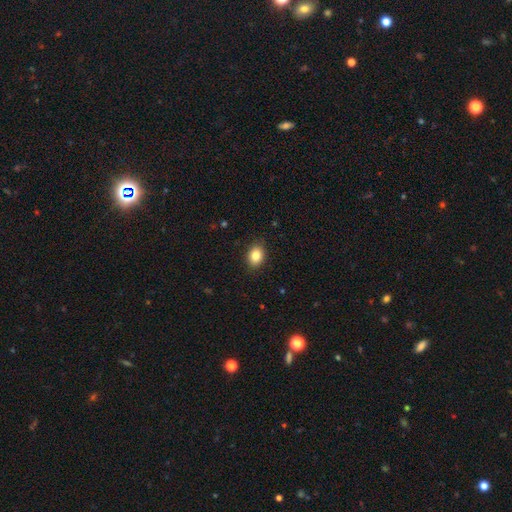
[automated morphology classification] Smooth or featured?
  - smooth: 85% *
  - star or artifact: 9%
  - featured or disk: 6%
How rounded?
  - in between: 68% *
  - round: 31%
  - cigar-shaped: 1%
Merging?
  - none: 88% *
  - minor disturbance: 9%
  - major disturbance: 2%
  - merger: 1%